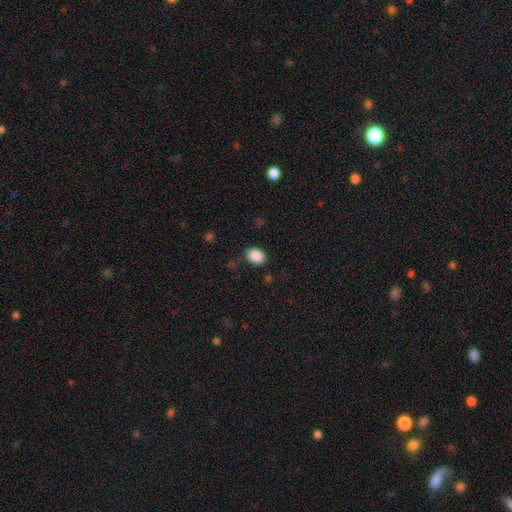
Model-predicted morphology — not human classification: Smooth or featured: smooth — 88% (star or artifact — 9%)
How rounded: in between — 55% (round — 44%)
Merging: none — 82% (minor disturbance — 12%)